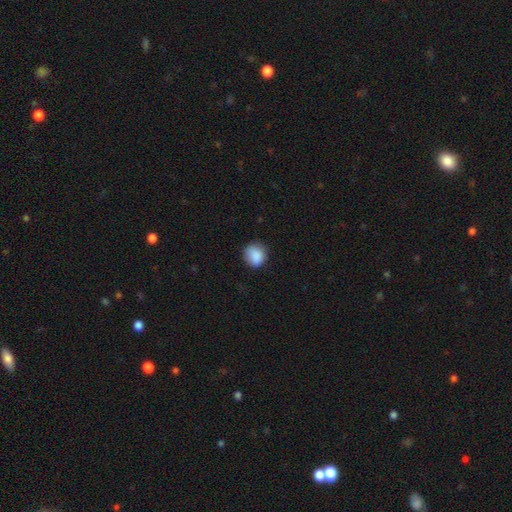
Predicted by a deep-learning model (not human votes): Smooth or featured: smooth — 87% (star or artifact — 8%)
How rounded: round — 79% (in between — 20%)
Merging: none — 76% (minor disturbance — 19%)